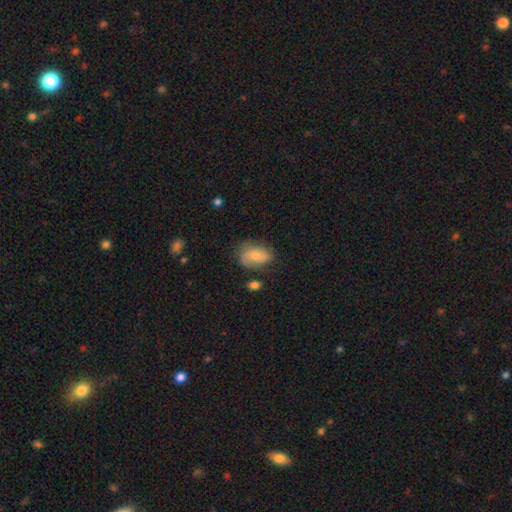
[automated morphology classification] The model was most divided on "merging": none: 58%, minor disturbance: 27%, major disturbance: 10%, merger: 4%. More confident: how rounded — in between (83%); smooth or featured — smooth (68%).